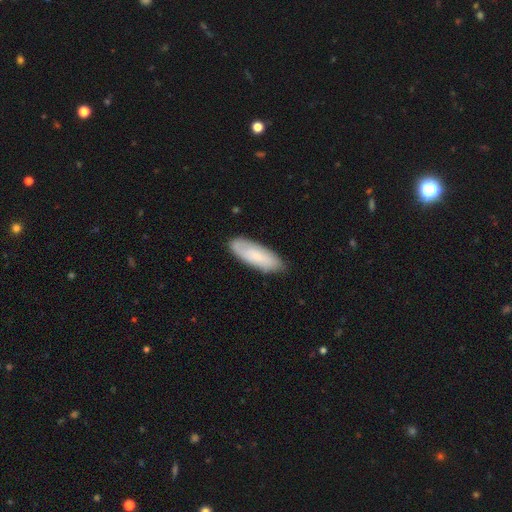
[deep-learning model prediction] The model was most divided on "how rounded": in between: 64%, cigar-shaped: 35%, round: 2%. More confident: merging — none (82%); smooth or featured — smooth (73%).